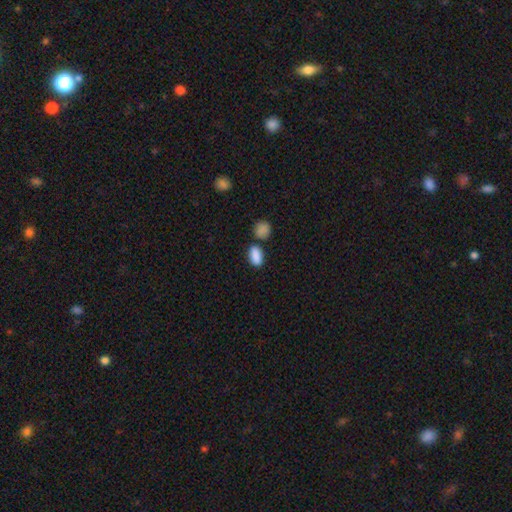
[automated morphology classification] Smooth or featured?
  - smooth: 88% *
  - star or artifact: 8%
  - featured or disk: 4%
How rounded?
  - in between: 89% *
  - round: 7%
  - cigar-shaped: 4%
Merging?
  - none: 71% *
  - merger: 13%
  - minor disturbance: 13%
  - major disturbance: 3%